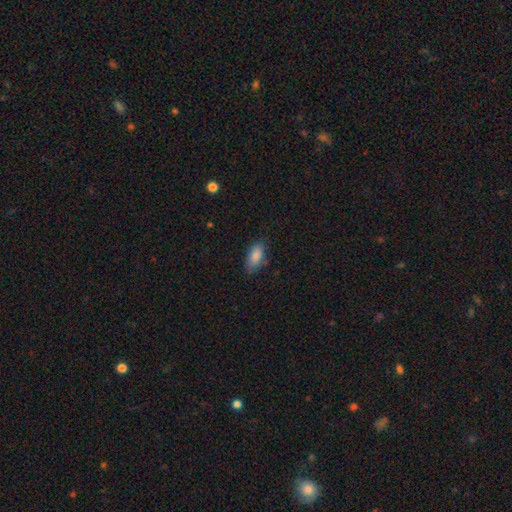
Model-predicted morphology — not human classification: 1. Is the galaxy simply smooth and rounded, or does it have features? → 85% smooth, 8% featured or disk, 7% star or artifact.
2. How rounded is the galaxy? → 87% in between, 10% cigar-shaped, 3% round.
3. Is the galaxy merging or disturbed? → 77% none, 17% minor disturbance, 4% major disturbance, 2% merger.